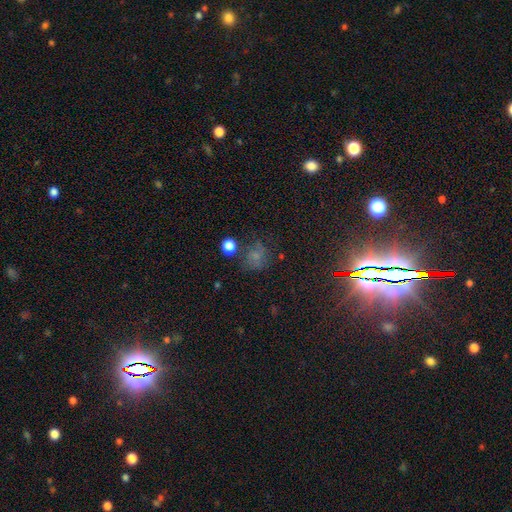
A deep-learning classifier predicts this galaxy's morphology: smooth-or-featured: smooth: 60% | star or artifact: 25% | featured or disk: 16%
  how-rounded: round: 72% | in between: 27% | cigar-shaped: 1%
  merging: none: 55% | minor disturbance: 23% | major disturbance: 15% | merger: 7%